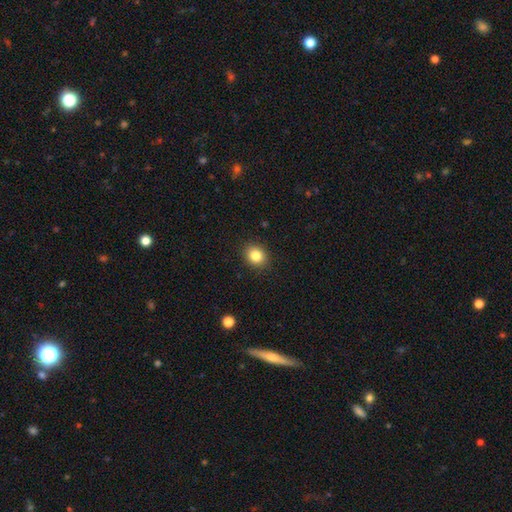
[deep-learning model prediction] Q: Smooth or featured?
A: smooth (83%); runner-up: star or artifact (10%)
Q: How rounded?
A: round (63%); runner-up: in between (36%)
Q: Merging?
A: none (90%); runner-up: minor disturbance (7%)